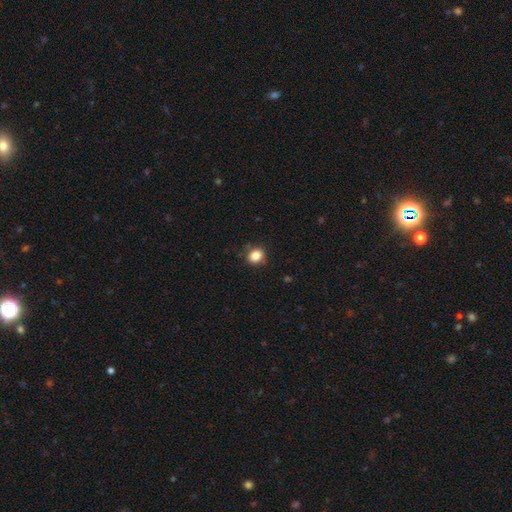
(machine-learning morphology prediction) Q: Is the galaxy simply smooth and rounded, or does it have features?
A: smooth — 85%.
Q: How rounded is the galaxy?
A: round — 64%.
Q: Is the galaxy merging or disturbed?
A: none — 80%.